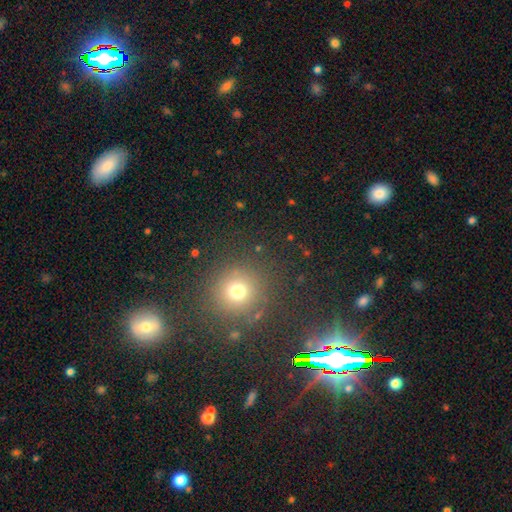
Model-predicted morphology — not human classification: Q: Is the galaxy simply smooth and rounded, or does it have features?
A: star or artifact — 49%.